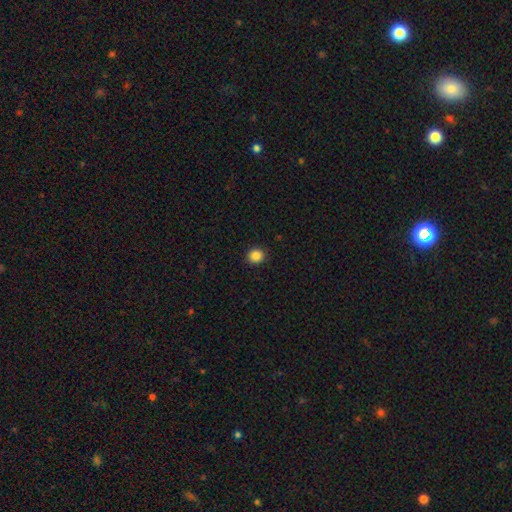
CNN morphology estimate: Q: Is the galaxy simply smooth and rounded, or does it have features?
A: smooth — 86%.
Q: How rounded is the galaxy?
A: round — 86%.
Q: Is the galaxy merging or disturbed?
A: none — 92%.